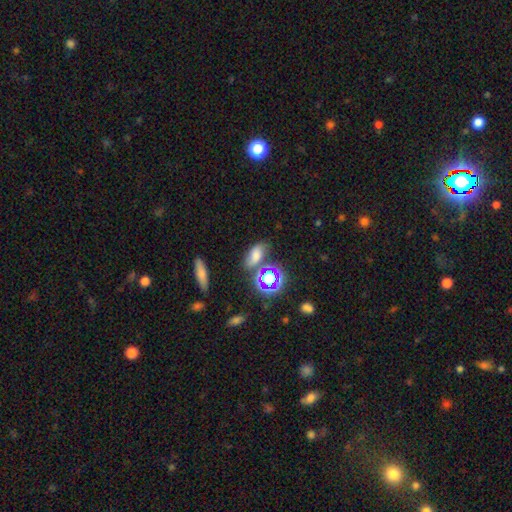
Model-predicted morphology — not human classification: Overall: smooth (59%; star or artifact 25%). How rounded: in between (82%). Merging: none (62%).